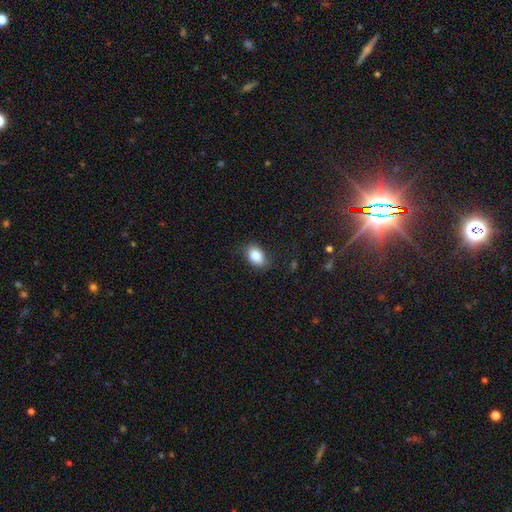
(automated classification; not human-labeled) Overall: smooth (86%). How rounded: in between (80%). Merging: none (78%).